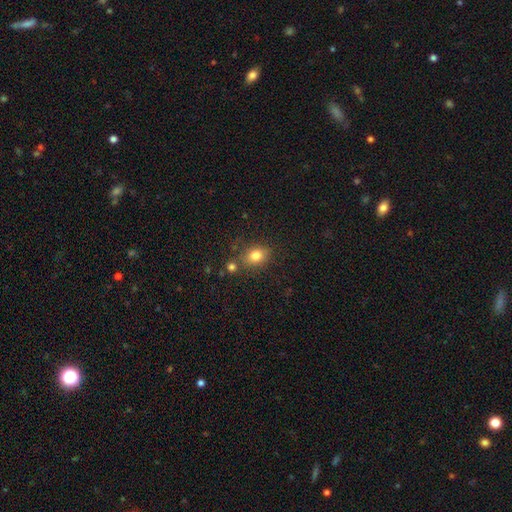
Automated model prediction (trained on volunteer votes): smooth_or_featured: smooth (p=0.79) [alt: star or artifact p=0.12]
how_rounded: in between (p=0.59) [alt: round p=0.39]
merging: none (p=0.73) [alt: minor disturbance p=0.14]